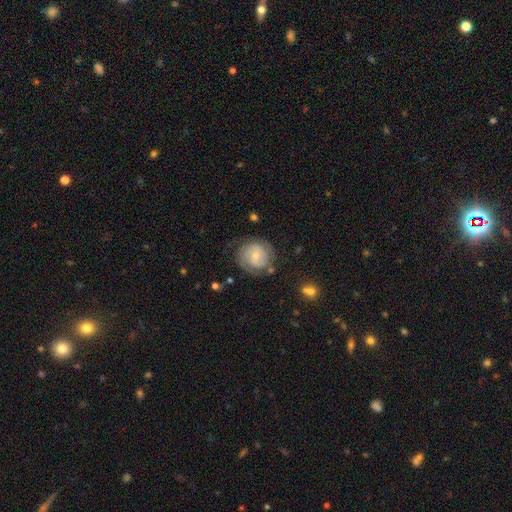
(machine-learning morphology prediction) featured or disk 64%, smooth 29%, star or artifact 7%. Down the decision tree: edge-on disk — no (98%); bar — no (50%); spiral arms — yes (88%); spiral arm count — 2 (54%); spiral winding — tight (57%); bulge size — small (64%); merging — none (70%).